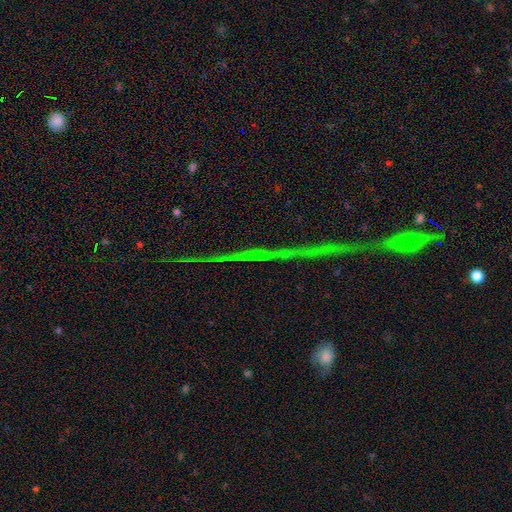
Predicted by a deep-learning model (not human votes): A star or artifact, not a galaxy (73%).